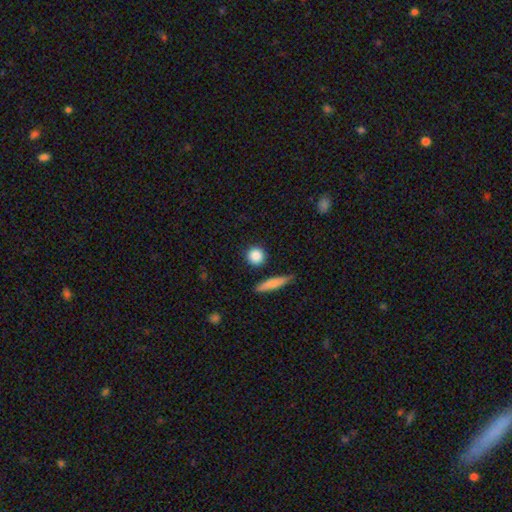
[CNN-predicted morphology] smooth-or-featured: smooth: 86% | star or artifact: 8% | featured or disk: 6%
  how-rounded: round: 88% | in between: 8% | cigar-shaped: 3%
  merging: none: 88% | minor disturbance: 7% | merger: 3% | major disturbance: 2%